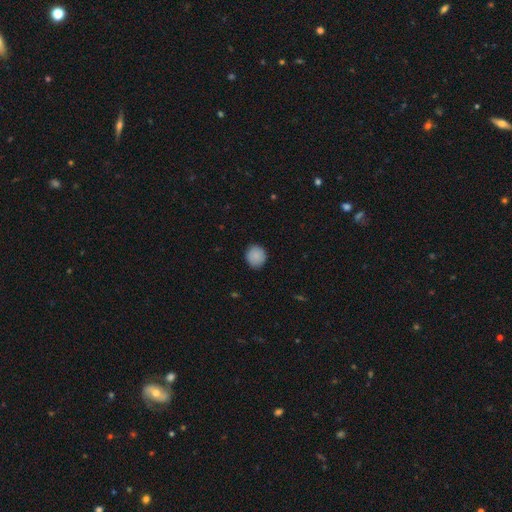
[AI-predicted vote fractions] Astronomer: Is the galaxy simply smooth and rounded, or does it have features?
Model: smooth — 88%.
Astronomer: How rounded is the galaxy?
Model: round — 85%.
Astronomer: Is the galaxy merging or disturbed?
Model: none — 87%.